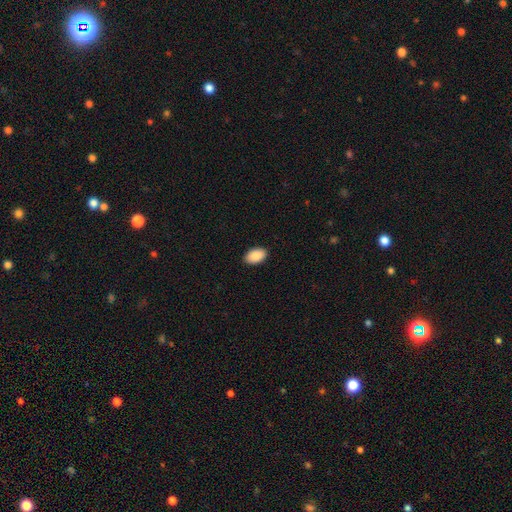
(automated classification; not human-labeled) smooth-or-featured: smooth: 90% | star or artifact: 6% | featured or disk: 4%
  how-rounded: in between: 94% | round: 5% | cigar-shaped: 1%
  merging: none: 90% | minor disturbance: 7% | major disturbance: 2% | merger: 1%